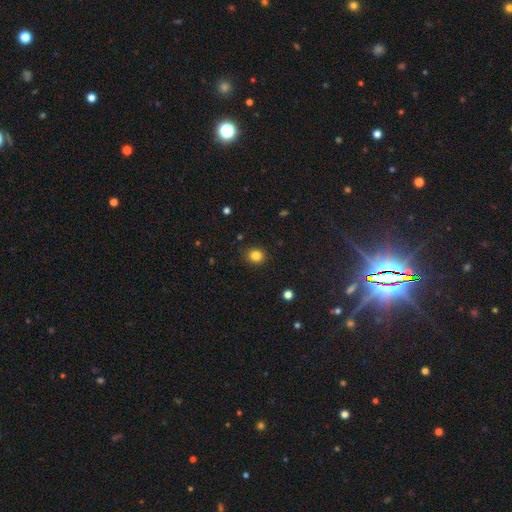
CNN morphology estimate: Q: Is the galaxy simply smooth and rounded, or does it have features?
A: smooth — 83%.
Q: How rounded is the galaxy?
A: round — 81%.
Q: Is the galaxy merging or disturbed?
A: none — 87%.